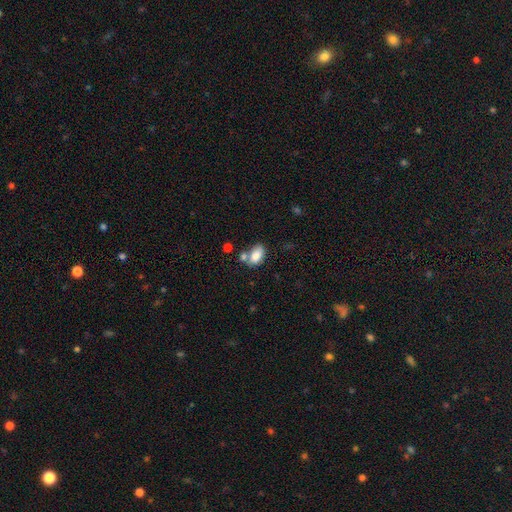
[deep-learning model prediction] The model was most divided on "merging": none: 47%, merger: 30%, minor disturbance: 16%, major disturbance: 6%. More confident: how rounded — in between (89%); smooth or featured — smooth (82%).